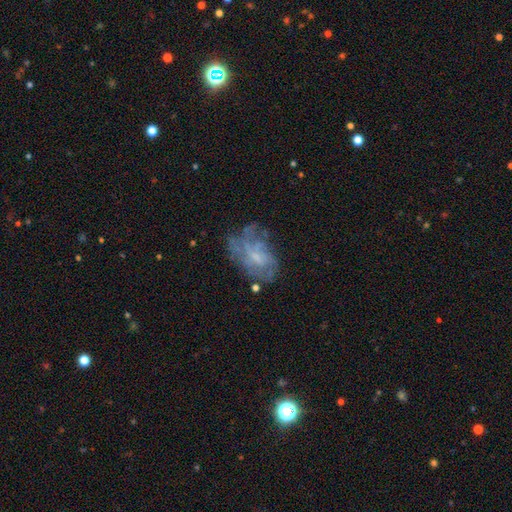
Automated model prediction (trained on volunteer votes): Overall: featured or disk (61%; smooth 24%). Edge-on disk: no (96%). Bar: no (67%; weak 28%). Spiral arms: yes (61%; no 39%). Bulge size: small (46%; none 26%). Merging: none (56%; minor disturbance 21%).